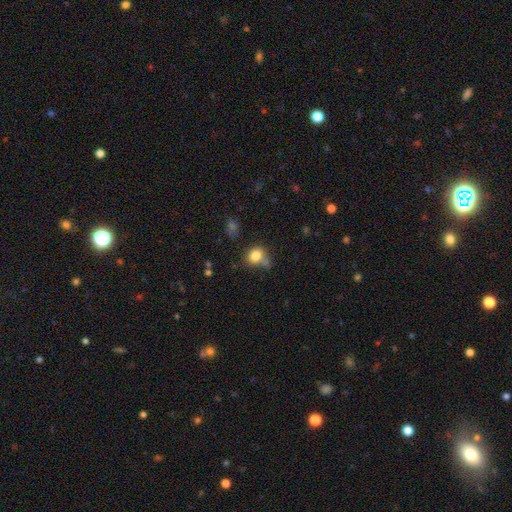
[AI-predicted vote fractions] Morphology: type=smooth (80%); roundness=round (61%); merging=none (49%).